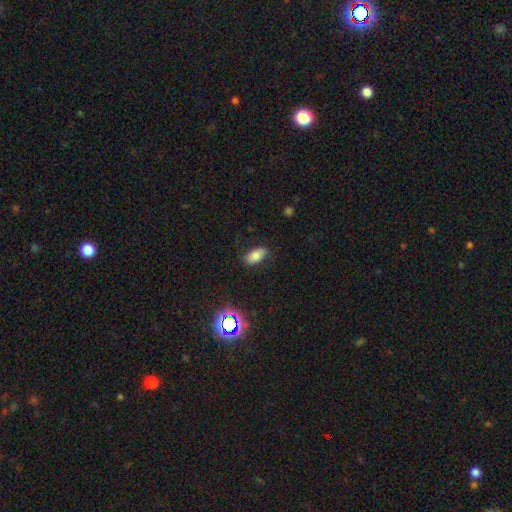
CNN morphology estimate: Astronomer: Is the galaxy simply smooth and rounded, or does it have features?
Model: smooth — 79%.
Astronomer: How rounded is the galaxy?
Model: in between — 92%.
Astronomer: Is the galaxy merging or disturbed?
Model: none — 84%.